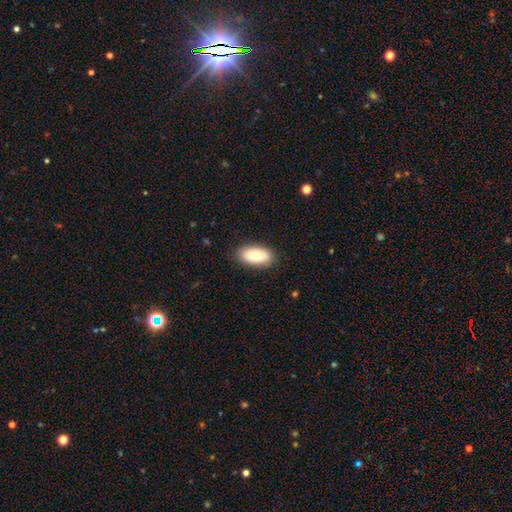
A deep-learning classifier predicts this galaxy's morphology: A smooth galaxy with no disk features (79%) that is in between round and cigar-shaped (93%). Merging: none (86%).